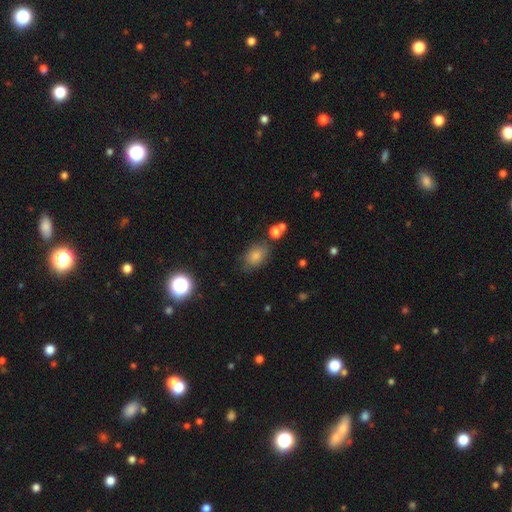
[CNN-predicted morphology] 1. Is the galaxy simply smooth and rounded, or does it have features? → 81% smooth, 11% star or artifact, 8% featured or disk.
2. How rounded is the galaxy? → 79% in between, 19% round, 1% cigar-shaped.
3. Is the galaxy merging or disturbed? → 73% none, 17% minor disturbance, 5% major disturbance, 5% merger.